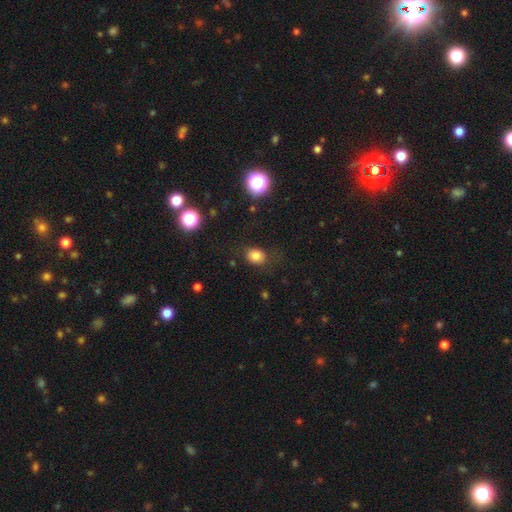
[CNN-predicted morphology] This is clearly a smooth galaxy (80%). How rounded: possibly in between (54%). Merging: likely none (76%).